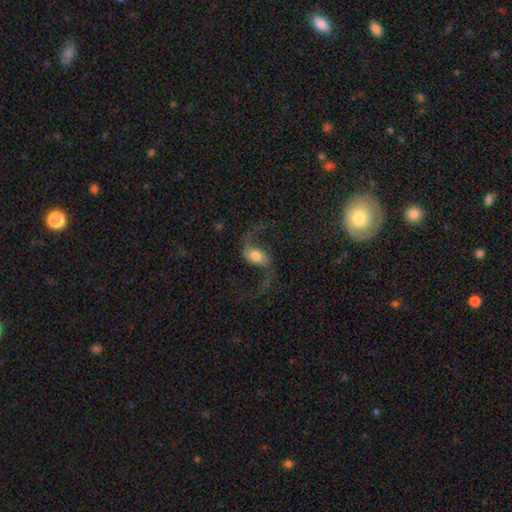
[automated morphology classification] Smooth or featured? Predicted: featured or disk (p=0.80). Edge-on disk? Predicted: no (p=0.95). Bar? Predicted: no (p=0.49). Spiral arms? Predicted: yes (p=0.95). Spiral winding? Predicted: loose (p=0.90). Spiral arm count? Predicted: 2 (p=0.93). Bulge size? Predicted: moderate (p=0.52). Merging? Predicted: none (p=0.63).